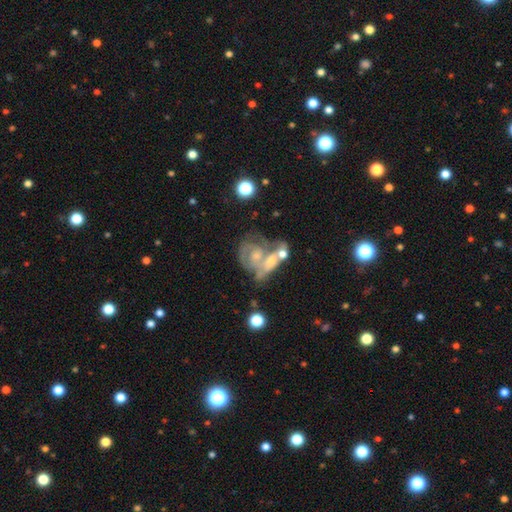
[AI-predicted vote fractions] Q: Smooth or featured?
A: featured or disk (69%); runner-up: smooth (23%)
Q: Edge-on disk?
A: no (97%); runner-up: yes (3%)
Q: Bar?
A: no (74%); runner-up: weak (21%)
Q: Spiral arms?
A: yes (59%); runner-up: no (41%)
Q: Bulge size?
A: moderate (39%); runner-up: small (34%)
Q: Merging?
A: merger (52%); runner-up: none (20%)